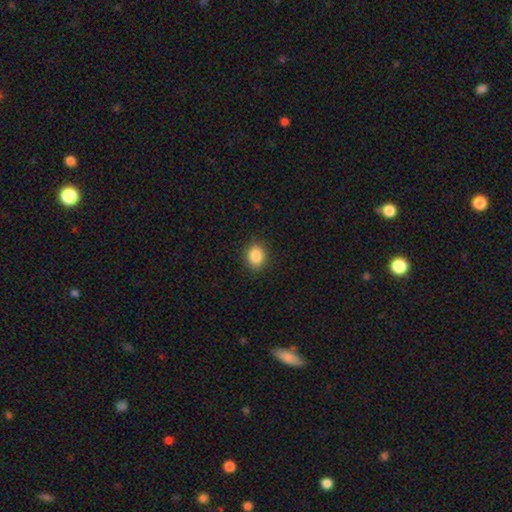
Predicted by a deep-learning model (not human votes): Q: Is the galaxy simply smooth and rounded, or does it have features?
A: smooth — 87%.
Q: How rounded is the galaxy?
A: round — 57%.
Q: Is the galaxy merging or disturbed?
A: none — 88%.